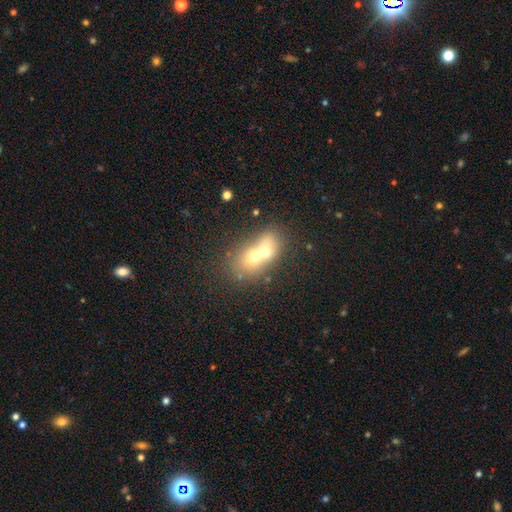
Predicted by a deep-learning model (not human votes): Overall: smooth (57%; featured or disk 31%). How rounded: in between (58%; round 39%). Merging: merger (75%).